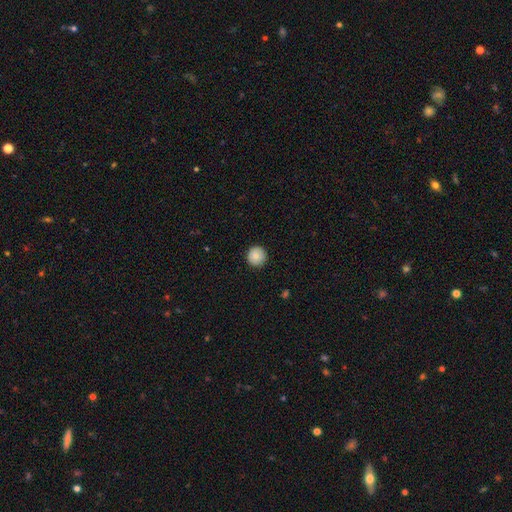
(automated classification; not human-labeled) Overall: smooth (82%). How rounded: round (95%). Merging: none (88%).